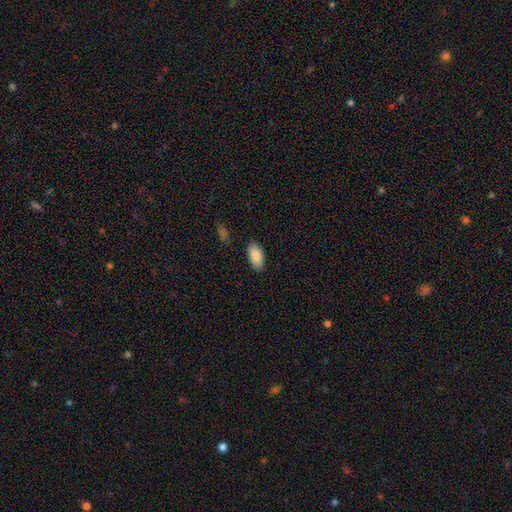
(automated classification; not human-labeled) This is clearly a smooth galaxy (87%). How rounded: clearly in between (94%). Merging: clearly none (88%).